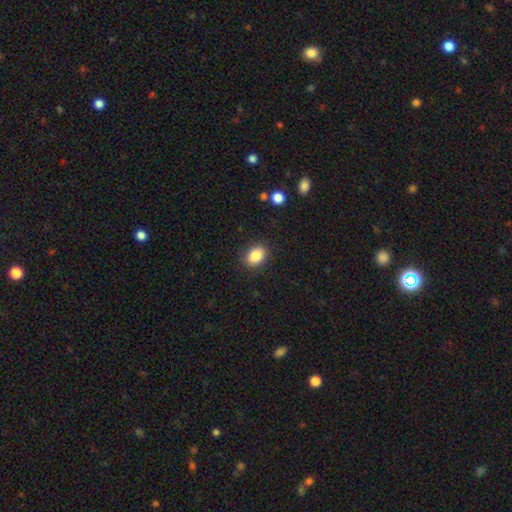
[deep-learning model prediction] A smooth galaxy with no disk features (86%) that is in between round and cigar-shaped (74%). Merging: none (88%).